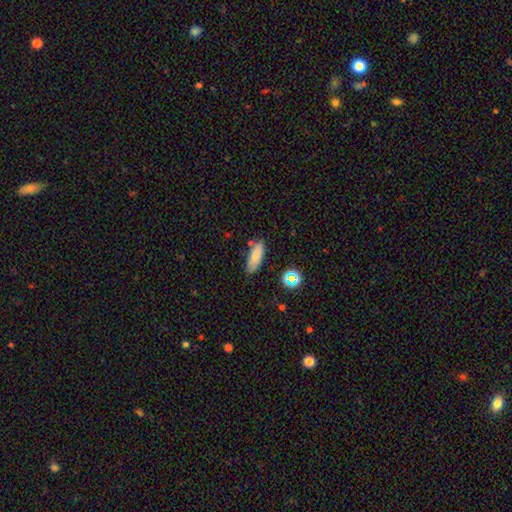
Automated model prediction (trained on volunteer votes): Overall: smooth (80%). How rounded: in between (68%; cigar-shaped 30%). Merging: none (76%).